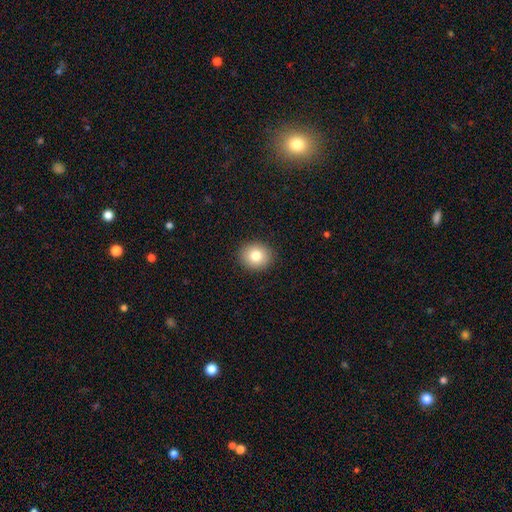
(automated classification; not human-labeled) The model was most divided on "how rounded": round: 74%, in between: 25%, cigar-shaped: 1%. More confident: merging — none (91%); smooth or featured — smooth (81%).